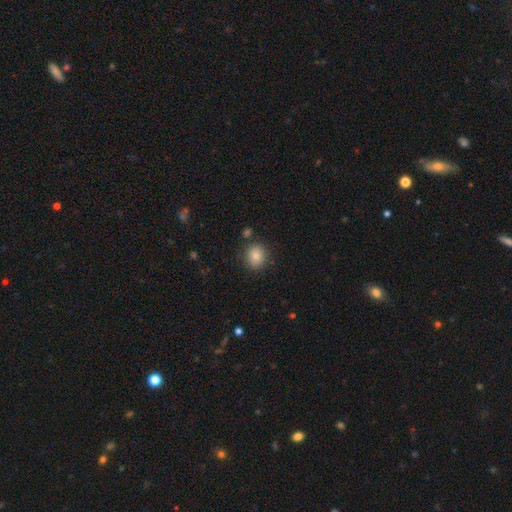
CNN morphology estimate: smooth-or-featured: smooth: 82% | star or artifact: 10% | featured or disk: 8%
  how-rounded: round: 76% | in between: 23% | cigar-shaped: 1%
  merging: none: 85% | minor disturbance: 9% | merger: 4% | major disturbance: 3%